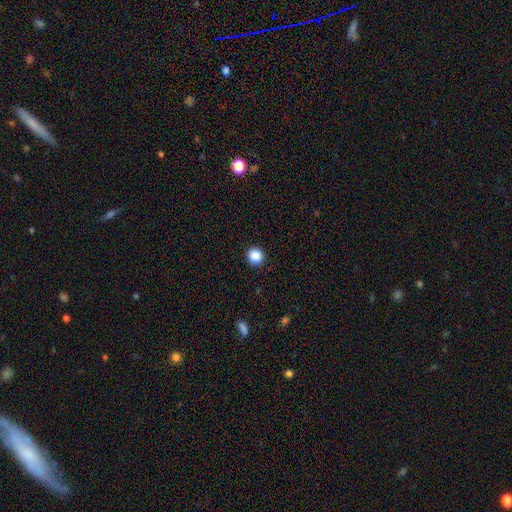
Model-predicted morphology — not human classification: This is clearly a smooth galaxy (87%). How rounded: clearly round (93%). Merging: clearly none (93%).